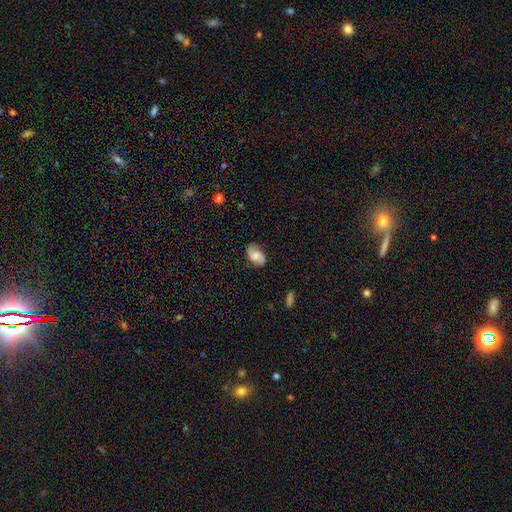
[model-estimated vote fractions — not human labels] This appears to be a featured or disk galaxy (47%). Merging: none (79%).